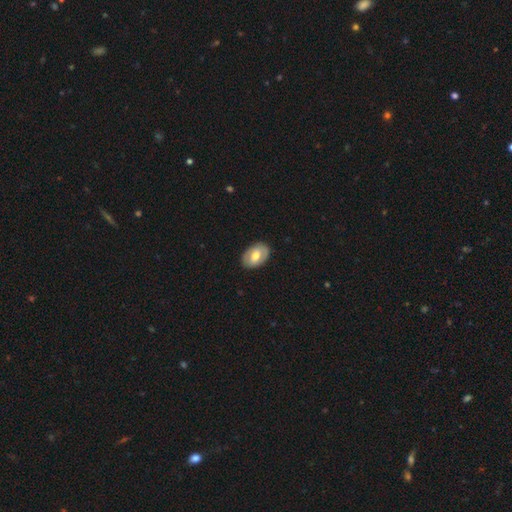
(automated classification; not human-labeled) Overall: smooth (60%; featured or disk 34%). How rounded: in between (86%). Merging: none (86%).